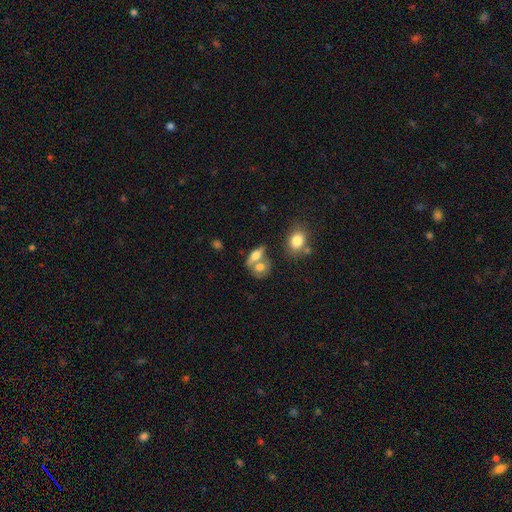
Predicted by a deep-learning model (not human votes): Smooth or featured?
  - smooth: 57% *
  - featured or disk: 34%
  - star or artifact: 9%
How rounded?
  - in between: 63% *
  - round: 18%
  - cigar-shaped: 18%
Merging?
  - none: 42% *
  - merger: 40%
  - minor disturbance: 11%
  - major disturbance: 6%